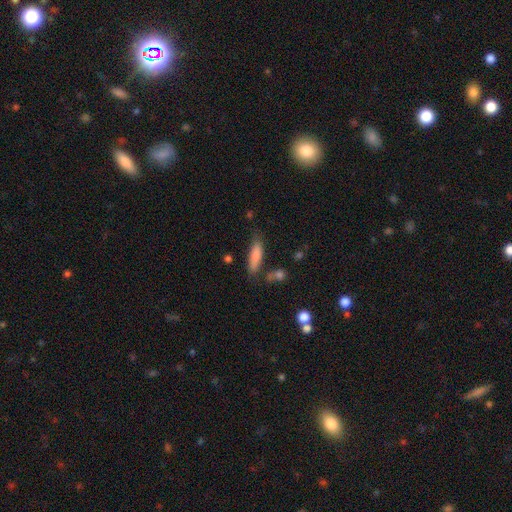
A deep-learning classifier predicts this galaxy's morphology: smooth-or-featured: smooth: 82% | featured or disk: 11% | star or artifact: 7%
  how-rounded: cigar-shaped: 65% | in between: 33% | round: 2%
  merging: none: 70% | minor disturbance: 19% | merger: 6% | major disturbance: 5%